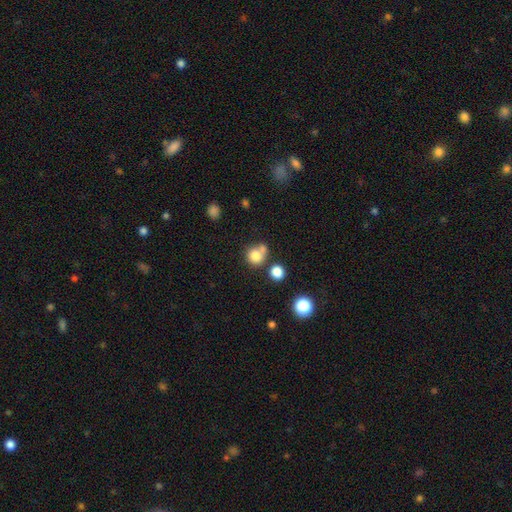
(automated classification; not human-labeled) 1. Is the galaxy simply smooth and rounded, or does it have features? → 80% smooth, 12% star or artifact, 9% featured or disk.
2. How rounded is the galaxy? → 85% round, 14% in between, 1% cigar-shaped.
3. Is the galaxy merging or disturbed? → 51% none, 33% merger, 11% minor disturbance, 5% major disturbance.